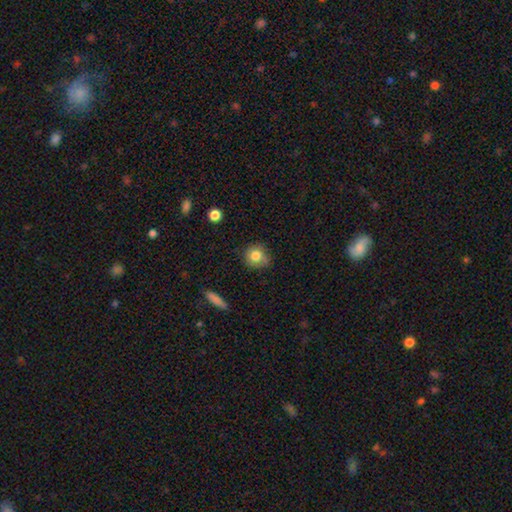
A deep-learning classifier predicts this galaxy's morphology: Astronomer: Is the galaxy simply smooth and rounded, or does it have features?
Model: smooth — 81%.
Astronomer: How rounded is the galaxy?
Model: round — 85%.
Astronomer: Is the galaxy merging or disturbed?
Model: none — 73%.